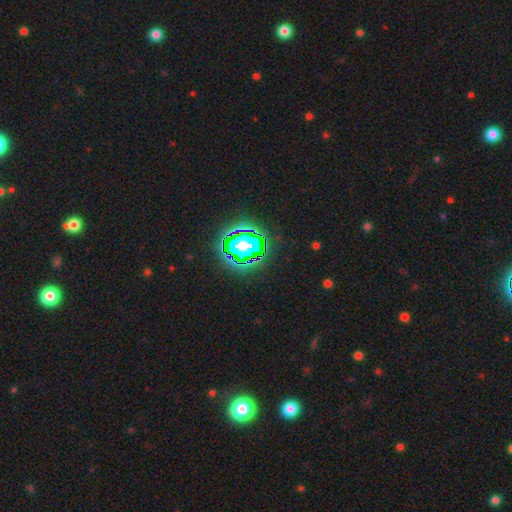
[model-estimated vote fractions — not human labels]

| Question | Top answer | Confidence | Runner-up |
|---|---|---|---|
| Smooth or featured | star or artifact | 80% | smooth (13%) |